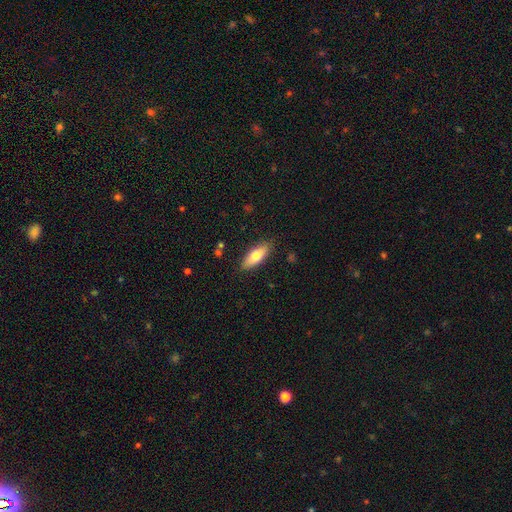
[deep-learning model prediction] Smooth or featured: smooth — 73% (featured or disk — 21%)
How rounded: in between — 67% (cigar-shaped — 31%)
Merging: none — 86% (minor disturbance — 11%)